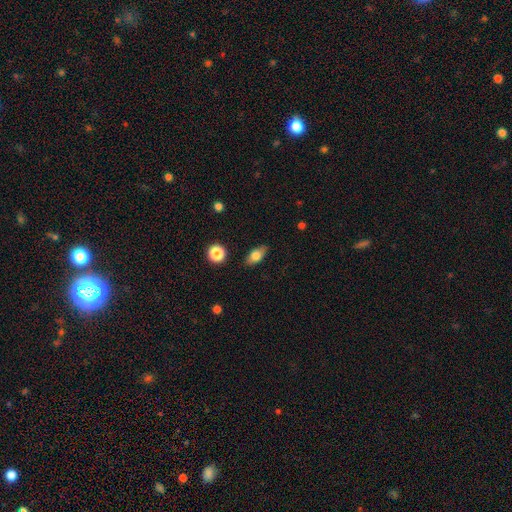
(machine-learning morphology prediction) The model was most divided on "smooth or featured": smooth: 73%, featured or disk: 18%, star or artifact: 8%. More confident: merging — none (85%); how rounded — in between (81%).